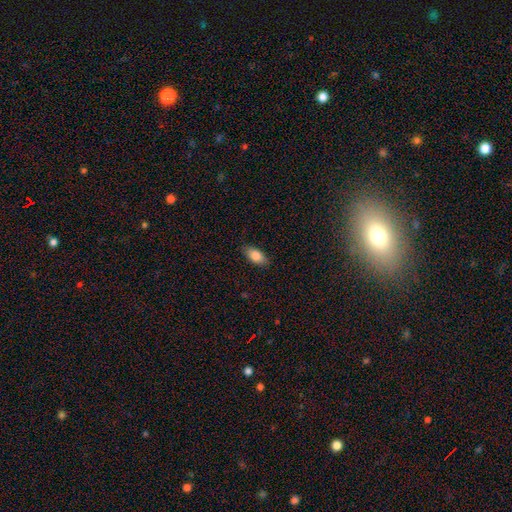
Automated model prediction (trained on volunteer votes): Smooth or featured?
  - smooth: 83% *
  - featured or disk: 9%
  - star or artifact: 7%
How rounded?
  - in between: 89% *
  - cigar-shaped: 7%
  - round: 4%
Merging?
  - none: 86% *
  - minor disturbance: 11%
  - major disturbance: 2%
  - merger: 1%